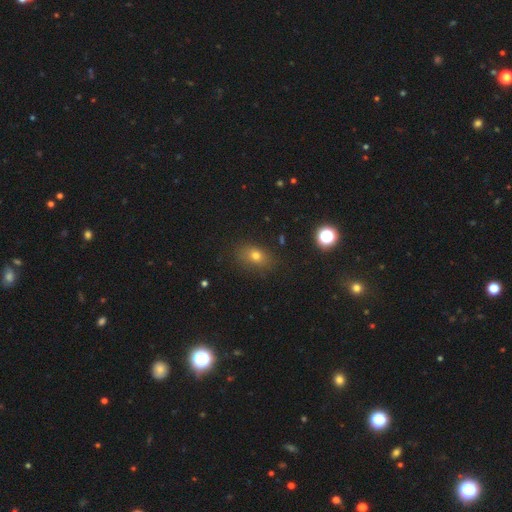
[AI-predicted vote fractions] Smooth or featured: smooth — 73% (star or artifact — 16%)
How rounded: in between — 69% (round — 29%)
Merging: none — 80% (minor disturbance — 14%)